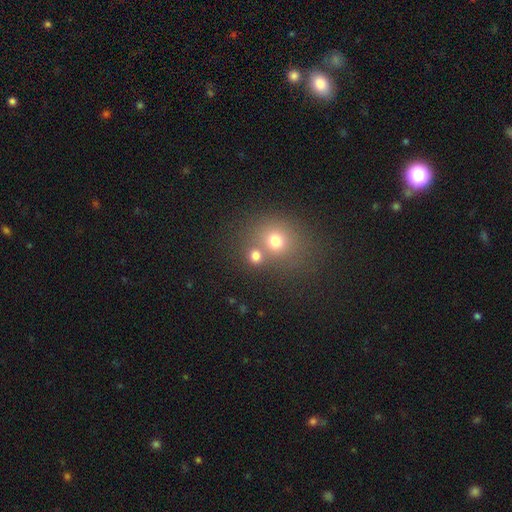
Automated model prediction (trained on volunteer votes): The model was most divided on "merging": none: 55%, merger: 33%, minor disturbance: 8%, major disturbance: 4%. More confident: how rounded — round (79%); smooth or featured — smooth (73%).